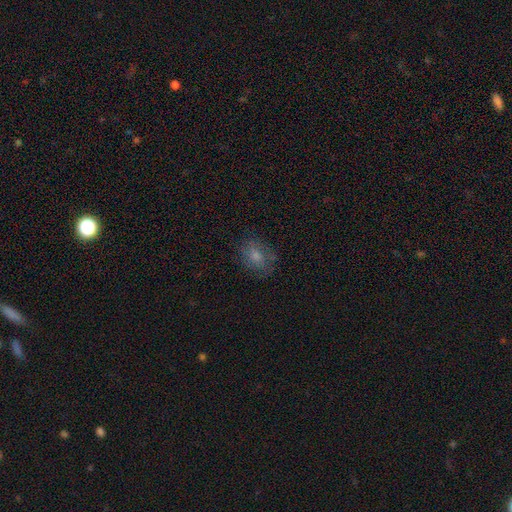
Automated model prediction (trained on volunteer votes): Q: Smooth or featured?
A: smooth (66%); runner-up: featured or disk (23%)
Q: How rounded?
A: in between (60%); runner-up: round (39%)
Q: Merging?
A: none (70%); runner-up: minor disturbance (19%)